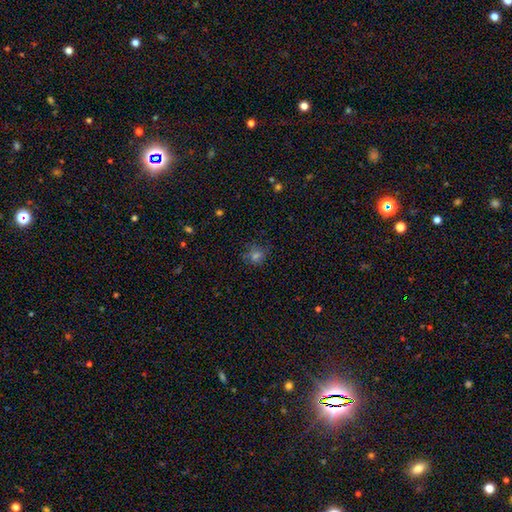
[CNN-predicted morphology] smooth_or_featured: smooth (p=0.57) [alt: star or artifact p=0.29]
how_rounded: round (p=0.81) [alt: in between p=0.18]
merging: none (p=0.76) [alt: minor disturbance p=0.16]